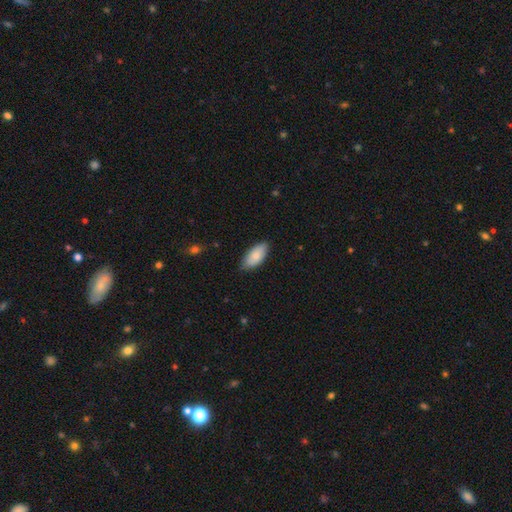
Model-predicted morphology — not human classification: Smooth or featured? Predicted: smooth (p=0.84). How rounded? Predicted: in between (p=0.91). Merging? Predicted: none (p=0.78).